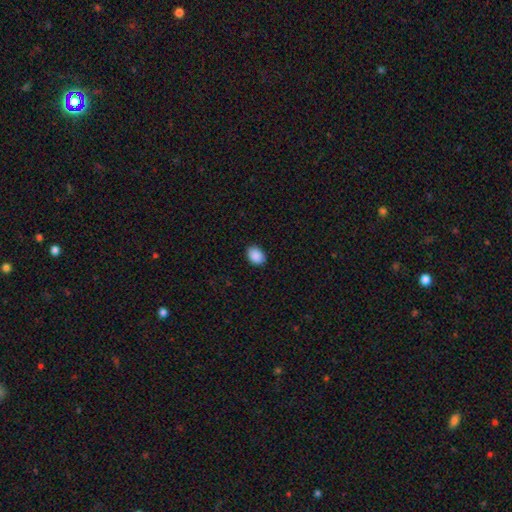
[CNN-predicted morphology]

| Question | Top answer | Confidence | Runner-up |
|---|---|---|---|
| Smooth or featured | smooth | 90% | star or artifact (8%) |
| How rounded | in between | 70% | round (29%) |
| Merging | none | 89% | minor disturbance (9%) |